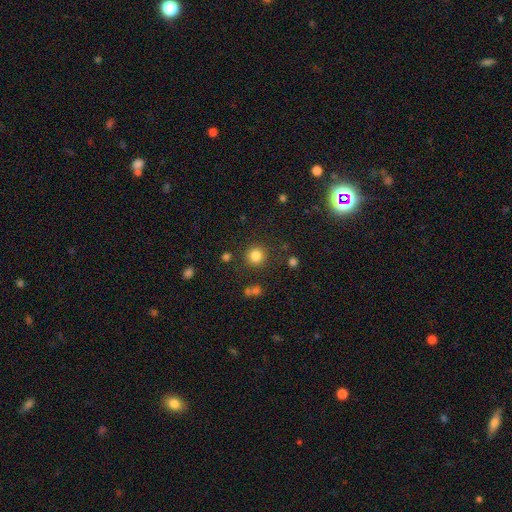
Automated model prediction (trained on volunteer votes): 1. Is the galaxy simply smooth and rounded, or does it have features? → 83% smooth, 12% star or artifact, 5% featured or disk.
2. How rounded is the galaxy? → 93% round, 6% in between, 1% cigar-shaped.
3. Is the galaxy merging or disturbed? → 86% none, 7% minor disturbance, 3% major disturbance, 3% merger.